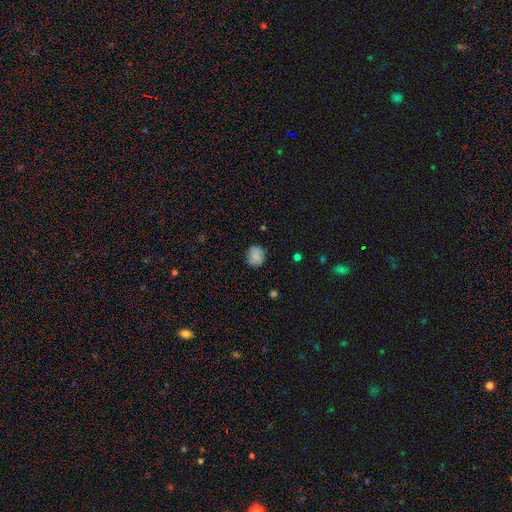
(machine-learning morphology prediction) This is clearly a smooth galaxy (80%). How rounded: likely round (78%). Merging: likely none (80%).